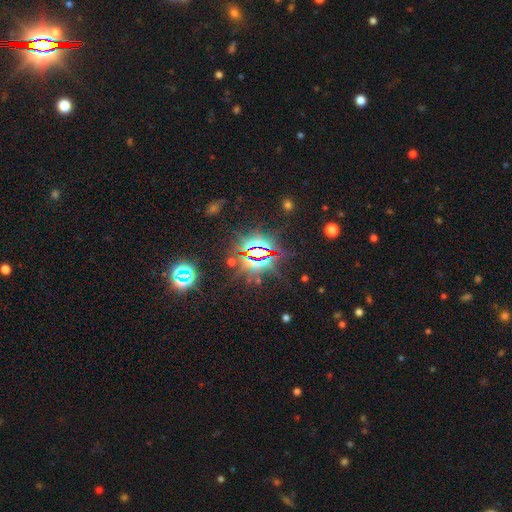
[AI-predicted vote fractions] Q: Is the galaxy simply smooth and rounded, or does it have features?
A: star or artifact — 84%.